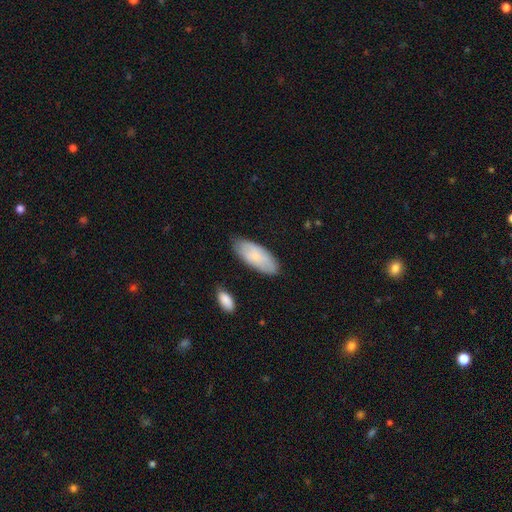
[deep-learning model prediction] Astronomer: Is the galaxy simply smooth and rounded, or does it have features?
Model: smooth — 71%.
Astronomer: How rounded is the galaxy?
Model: in between — 86%.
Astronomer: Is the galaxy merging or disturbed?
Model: none — 79%.